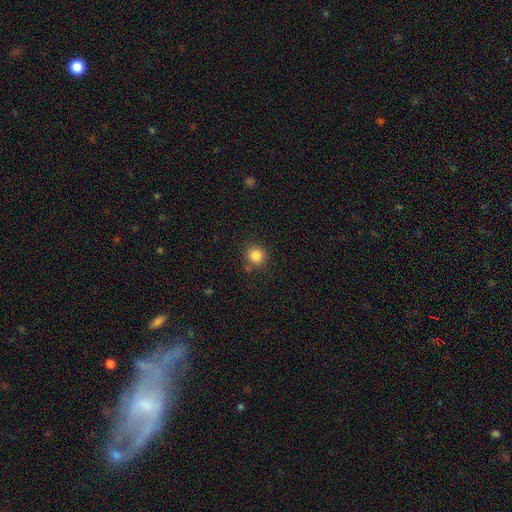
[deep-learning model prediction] A smooth galaxy with no disk features (85%) that is round (89%).

Vote fractions:
- Smooth or featured? smooth: 85% / star or artifact: 11% / featured or disk: 4%
- How rounded? round: 89% / in between: 10% / cigar-shaped: 1%
- Merging? none: 81% / minor disturbance: 11% / merger: 5% / major disturbance: 3%